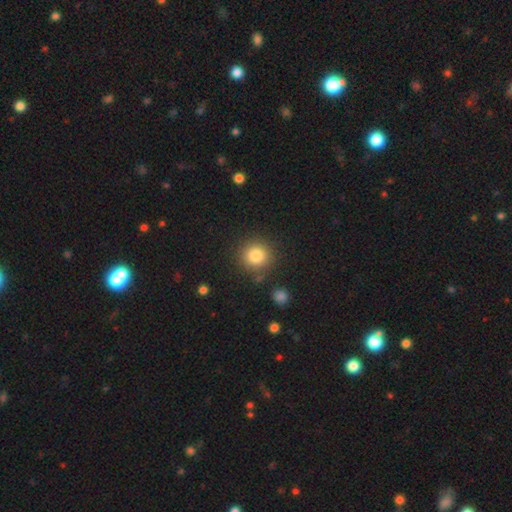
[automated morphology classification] smooth 83%, star or artifact 10%, featured or disk 6%. Down the decision tree: how rounded — round (92%); merging — none (85%).